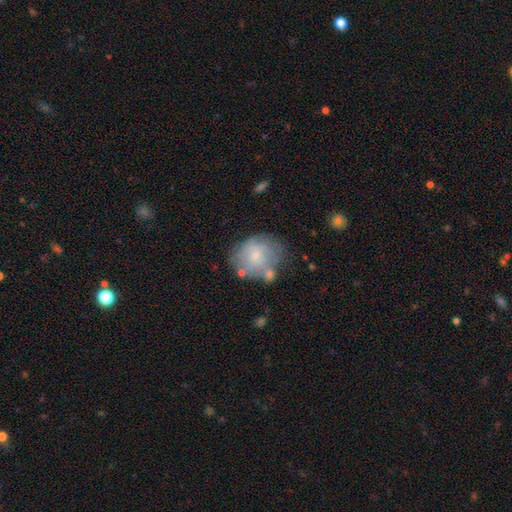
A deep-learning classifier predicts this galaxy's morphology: type=smooth (58%); roundness=round (70%); merging=none (49%).